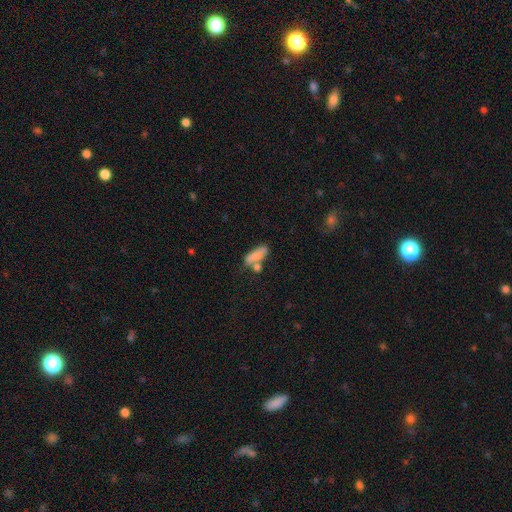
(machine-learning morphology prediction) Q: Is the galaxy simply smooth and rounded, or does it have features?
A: smooth — 78%.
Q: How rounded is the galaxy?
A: in between — 66%.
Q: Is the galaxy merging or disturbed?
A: none — 43%.